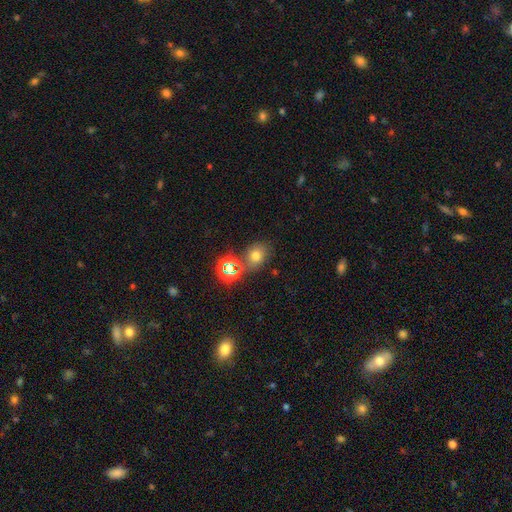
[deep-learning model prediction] The model was most divided on "how rounded": round: 56%, in between: 43%, cigar-shaped: 1%. More confident: merging — none (66%); smooth or featured — smooth (65%).